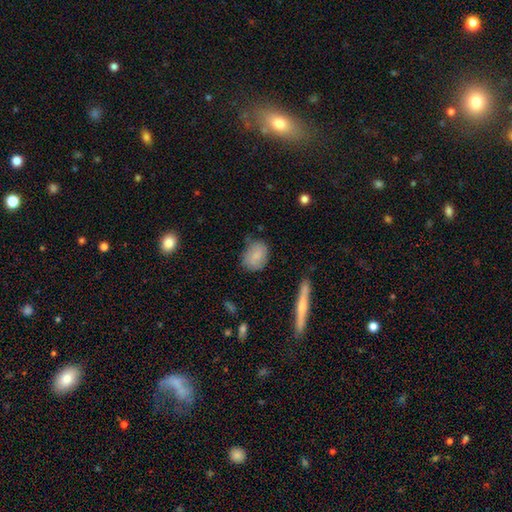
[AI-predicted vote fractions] Overall: smooth (80%). How rounded: in between (60%; round 38%). Merging: none (69%).